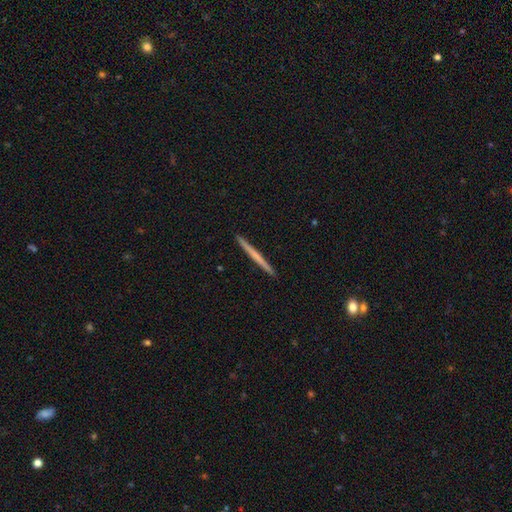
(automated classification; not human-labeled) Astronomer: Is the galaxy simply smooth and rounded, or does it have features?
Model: featured or disk — 47%, tied with smooth at 47%.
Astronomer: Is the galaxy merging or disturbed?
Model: none — 93%.